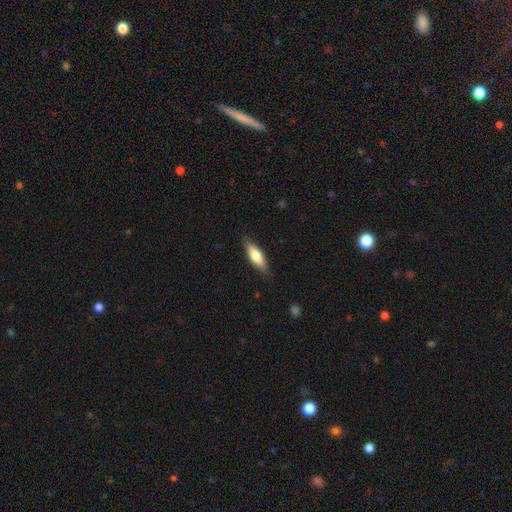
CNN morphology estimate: Smooth or featured? Predicted: smooth (p=0.71). How rounded? Predicted: in between (p=0.52). Merging? Predicted: none (p=0.84).